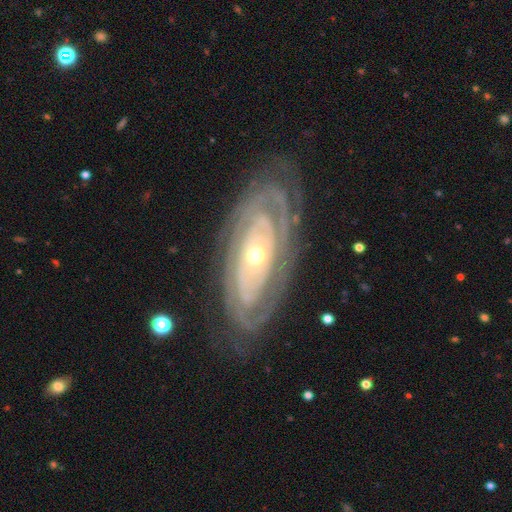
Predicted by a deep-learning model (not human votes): smooth-or-featured: featured or disk: 86% | smooth: 9% | star or artifact: 5%
  disk-edge-on: no: 91% | yes: 9%
    bar: no: 79% | weak: 13% | strong: 8%
    has-spiral-arms: yes: 89% | no: 11%
      spiral-winding: tight: 83% | medium: 13% | loose: 4%
      spiral-arm-count: can't tell: 43% | 2: 21% | 3: 13% | 4: 9% | more than 4: 8% | 1: 6%
    bulge-size: small: 57% | moderate: 39% | large: 2% | dominant: 1% | none: 1%
  merging: none: 79% | minor disturbance: 14% | major disturbance: 6% | merger: 1%